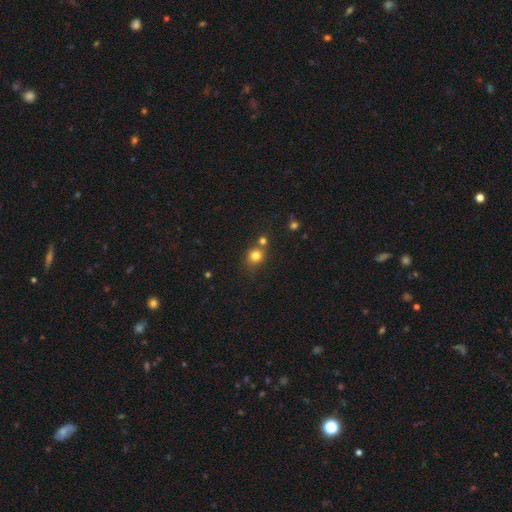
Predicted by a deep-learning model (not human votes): Smooth or featured? Predicted: smooth (p=0.79). How rounded? Predicted: round (p=0.79). Merging? Predicted: none (p=0.60).